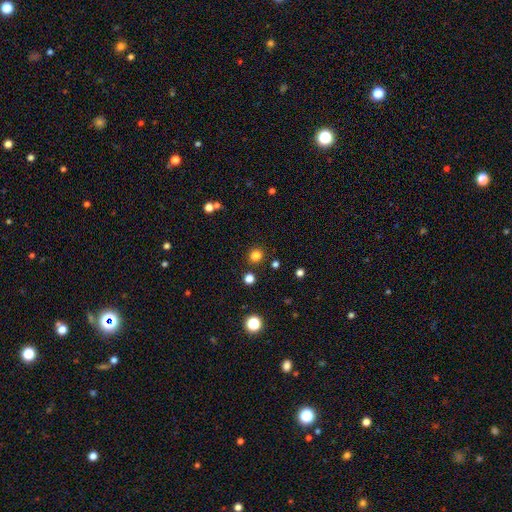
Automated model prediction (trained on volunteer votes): This appears to be a smooth galaxy with no disk features (80%) that is round (90%). Merging: none (88%).